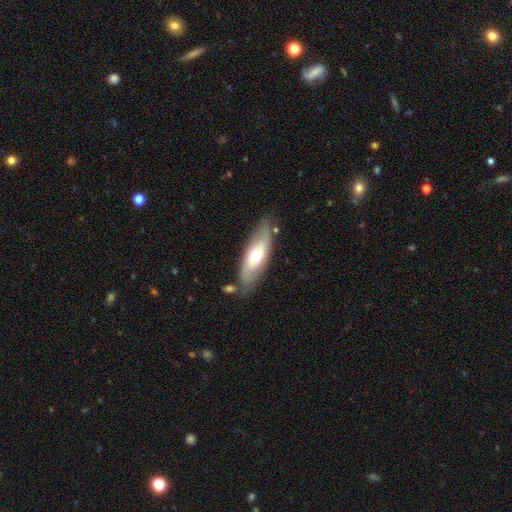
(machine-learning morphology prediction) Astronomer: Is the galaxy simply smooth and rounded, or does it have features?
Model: featured or disk — 47%, tied with smooth at 47%.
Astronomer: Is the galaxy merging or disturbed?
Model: none — 73%.